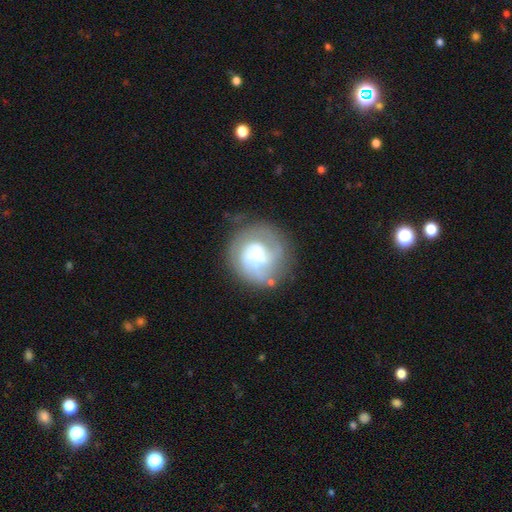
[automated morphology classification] This appears to be a featured or disk galaxy (62%) with no bar (54%), spiral arms (74%) and a large central bulge (39%). Merging: none (57%).